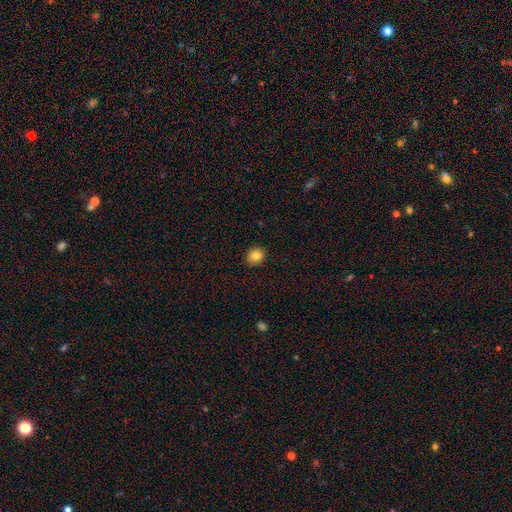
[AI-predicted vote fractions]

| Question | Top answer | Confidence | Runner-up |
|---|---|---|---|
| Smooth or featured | smooth | 84% | star or artifact (10%) |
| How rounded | round | 76% | in between (23%) |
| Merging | none | 91% | minor disturbance (6%) |